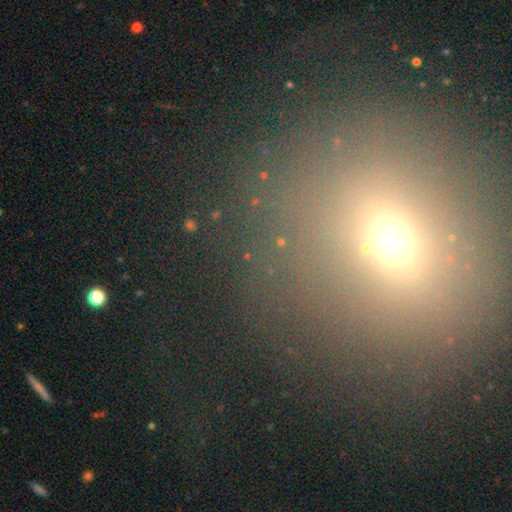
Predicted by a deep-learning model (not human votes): smooth_or_featured: smooth (p=0.51) [alt: star or artifact p=0.35]
how_rounded: round (p=0.75) [alt: in between p=0.22]
merging: none (p=0.78) [alt: minor disturbance p=0.10]